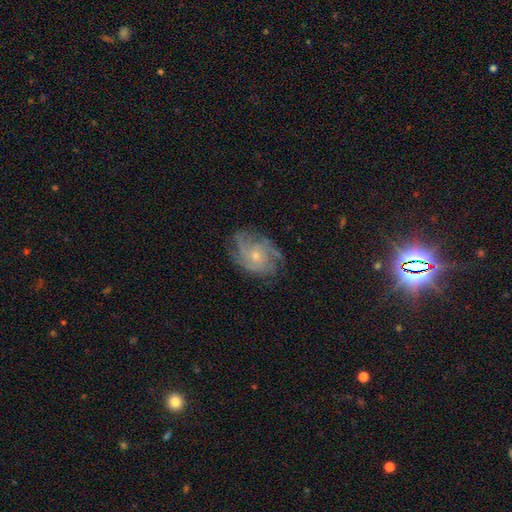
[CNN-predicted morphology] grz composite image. It shows a featured or disk galaxy (80%) with no bar (76%), can't tell (25%, tied with 3) tight (44%) spiral arms (94%) and a small central bulge (64%). Merging: none (72%).